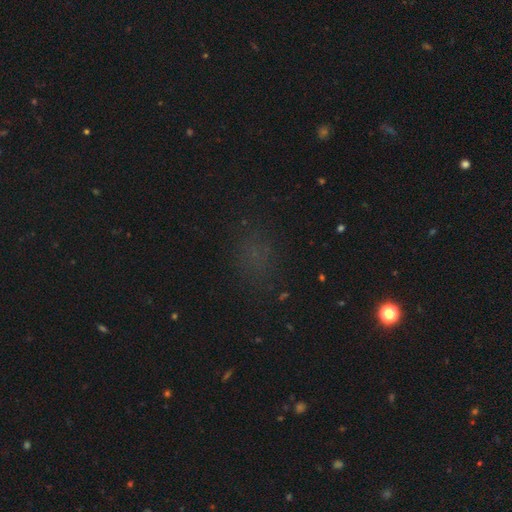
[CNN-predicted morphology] Overall: smooth (51%; star or artifact 38%). How rounded: in between (55%; round 41%). Merging: none (75%).